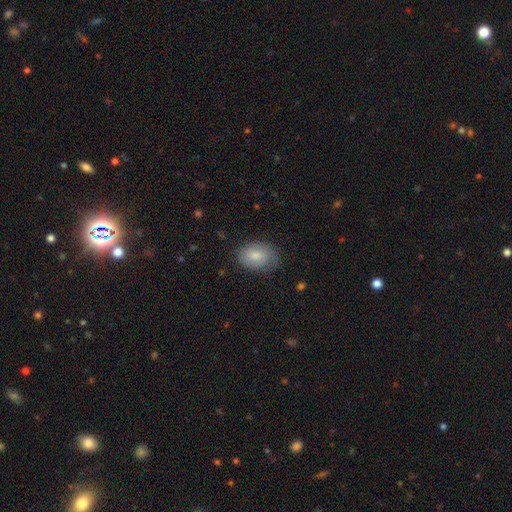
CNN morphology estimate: Smooth or featured? Predicted: smooth (p=0.78). How rounded? Predicted: in between (p=0.76). Merging? Predicted: none (p=0.69).